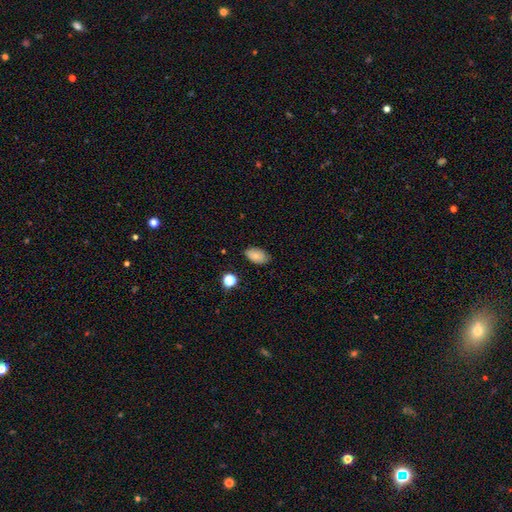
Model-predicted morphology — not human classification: This is clearly a smooth galaxy (80%). How rounded: clearly in between (91%). Merging: clearly none (80%).